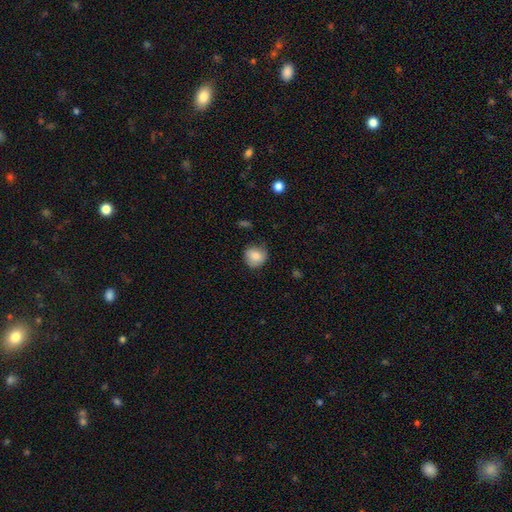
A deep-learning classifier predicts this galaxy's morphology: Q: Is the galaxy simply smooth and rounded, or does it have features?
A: smooth — 83%.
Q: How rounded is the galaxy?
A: round — 85%.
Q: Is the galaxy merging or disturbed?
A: none — 77%.